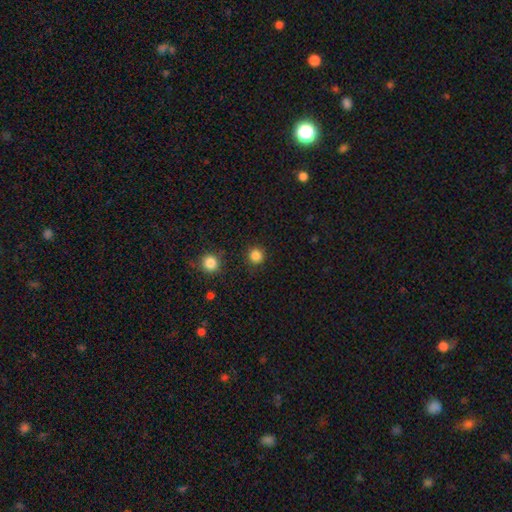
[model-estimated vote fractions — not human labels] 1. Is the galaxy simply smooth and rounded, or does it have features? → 85% smooth, 12% star or artifact, 3% featured or disk.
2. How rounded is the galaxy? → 94% round, 5% in between, 1% cigar-shaped.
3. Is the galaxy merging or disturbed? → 90% none, 6% minor disturbance, 2% major disturbance, 2% merger.